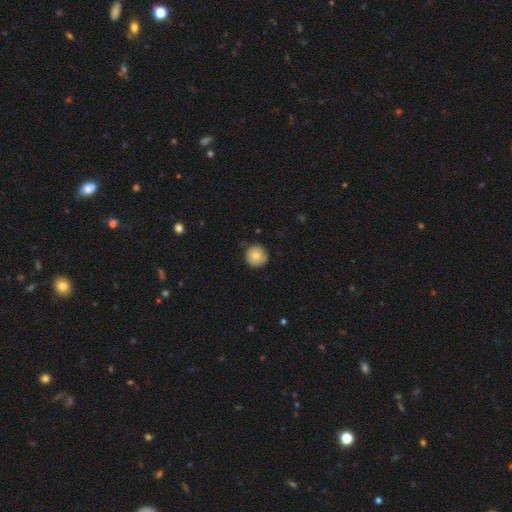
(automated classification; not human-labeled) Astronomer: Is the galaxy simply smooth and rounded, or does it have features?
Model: smooth — 77%.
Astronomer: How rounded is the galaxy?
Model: round — 94%.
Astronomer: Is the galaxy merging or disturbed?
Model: none — 81%.